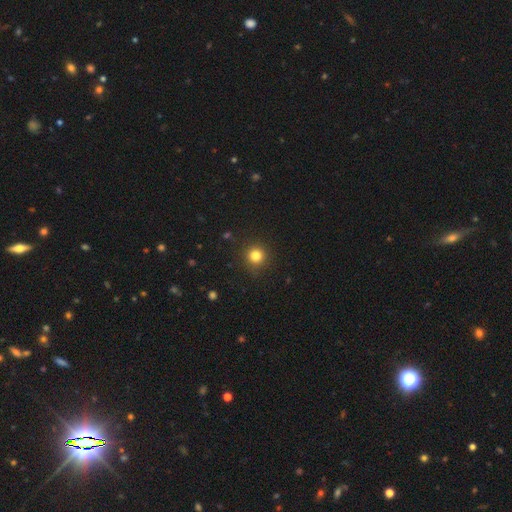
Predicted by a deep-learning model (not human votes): A smooth galaxy with no disk features (82%) that is round (94%).

Vote fractions:
- Smooth or featured? smooth: 82% / star or artifact: 13% / featured or disk: 5%
- How rounded? round: 94% / in between: 5% / cigar-shaped: 1%
- Merging? none: 90% / minor disturbance: 6% / major disturbance: 2% / merger: 1%